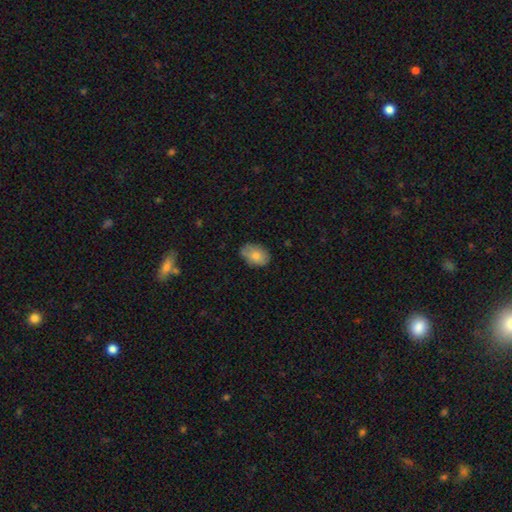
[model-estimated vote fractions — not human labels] A smooth galaxy with no disk features (78%) that is in between round and cigar-shaped (83%). Merging: none (71%).